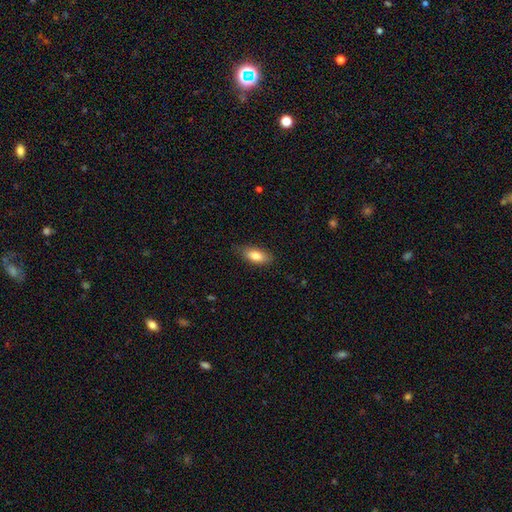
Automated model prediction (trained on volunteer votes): Smooth or featured? smooth (81%)
How rounded? in between (83%)
Merging? none (78%)